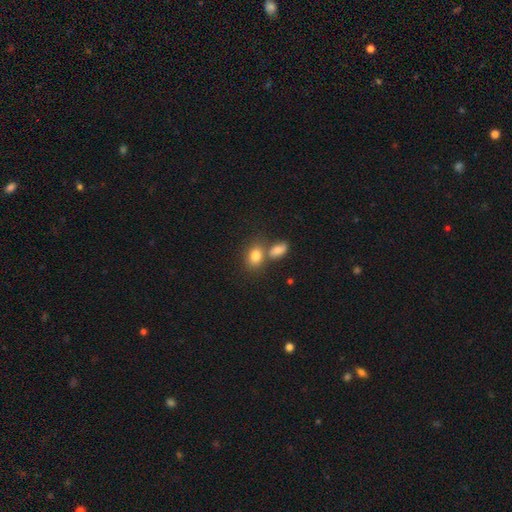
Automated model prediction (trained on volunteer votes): Q: Smooth or featured?
A: smooth (81%); runner-up: star or artifact (10%)
Q: How rounded?
A: in between (69%); runner-up: round (29%)
Q: Merging?
A: none (48%); runner-up: merger (37%)